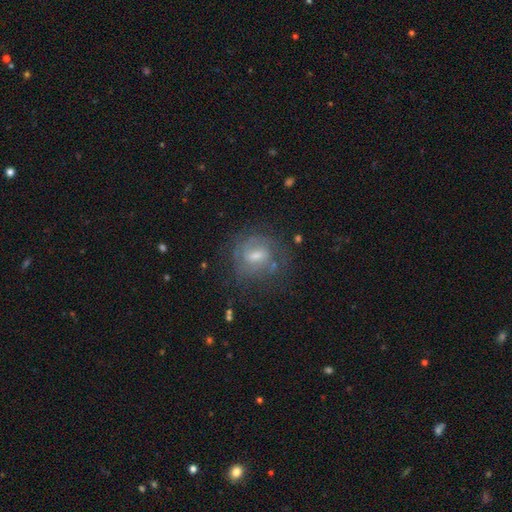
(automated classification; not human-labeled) Overall: featured or disk (60%; smooth 29%). Edge-on disk: no (95%). Bar: weak (54%; no 28%). Spiral arms: yes (68%; no 32%). Bulge size: moderate (46%; small 42%). Merging: none (62%).